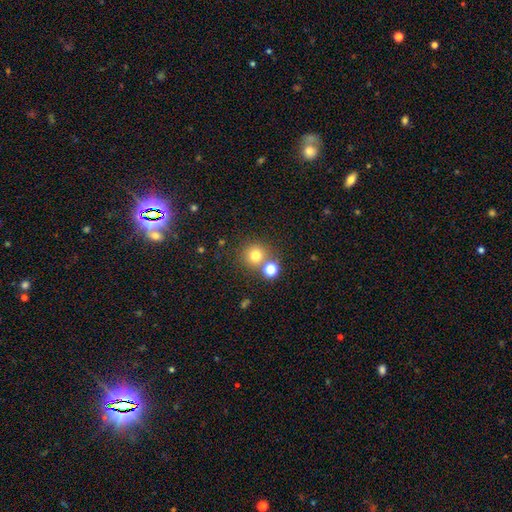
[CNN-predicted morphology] This is likely a smooth galaxy (75%). How rounded: clearly round (92%). Merging: likely none (70%).